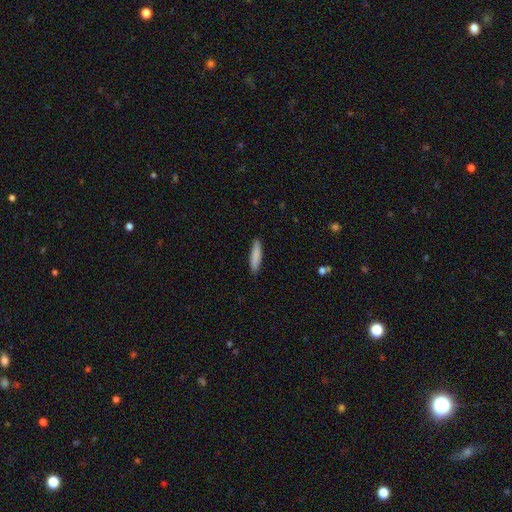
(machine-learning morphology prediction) This is clearly a smooth galaxy (86%). How rounded: likely cigar-shaped (79%). Merging: clearly none (88%).